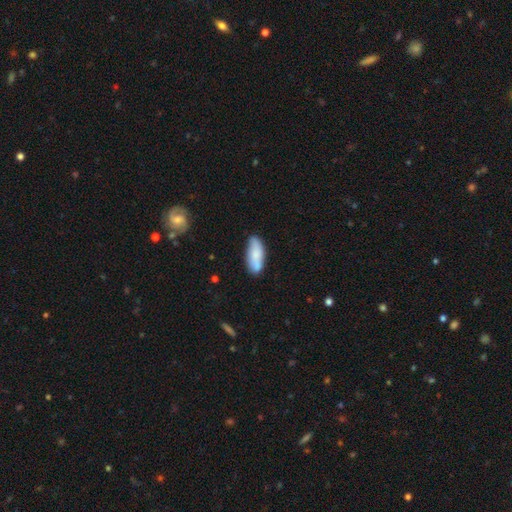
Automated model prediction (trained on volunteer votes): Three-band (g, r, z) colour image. It shows a smooth galaxy with no disk features (79%) that is in between round and cigar-shaped (77%). Merging: none (71%).